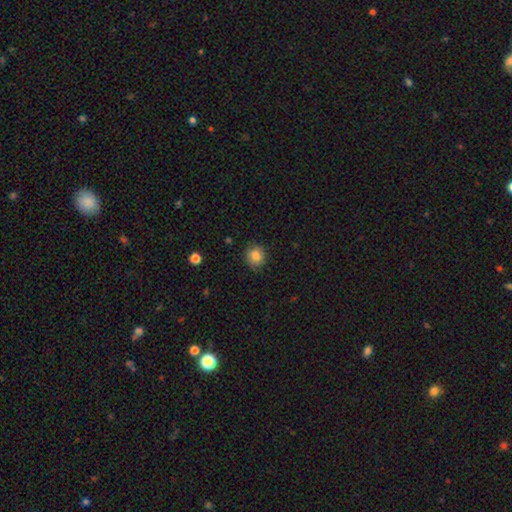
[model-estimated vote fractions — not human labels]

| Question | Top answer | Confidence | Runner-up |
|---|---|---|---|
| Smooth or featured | smooth | 84% | star or artifact (9%) |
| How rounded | round | 81% | in between (18%) |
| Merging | none | 84% | minor disturbance (12%) |